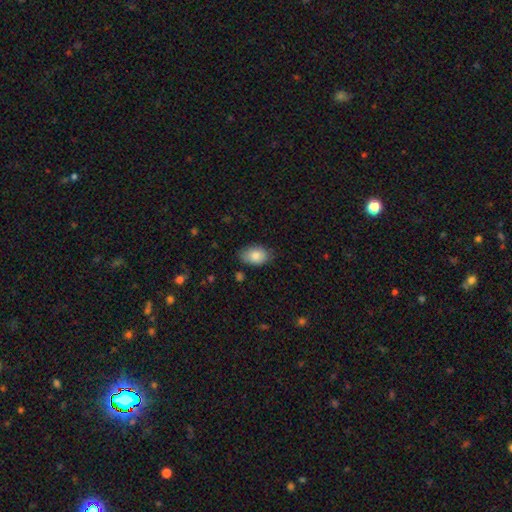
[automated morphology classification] type=smooth (84%); roundness=in between (87%); merging=none (76%).